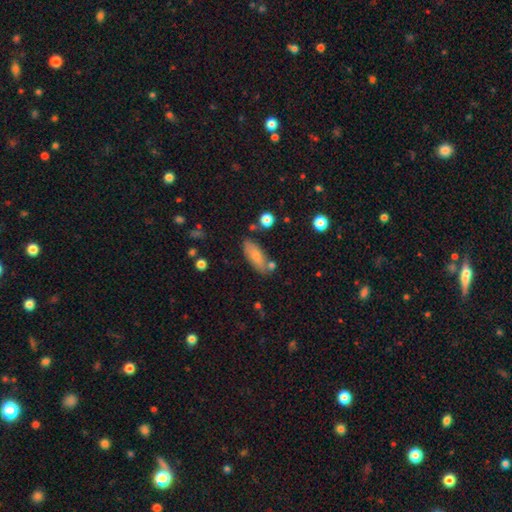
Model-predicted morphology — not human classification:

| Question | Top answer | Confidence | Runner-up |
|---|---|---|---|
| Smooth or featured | smooth | 77% | featured or disk (16%) |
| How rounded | in between | 73% | cigar-shaped (24%) |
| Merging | none | 75% | minor disturbance (15%) |